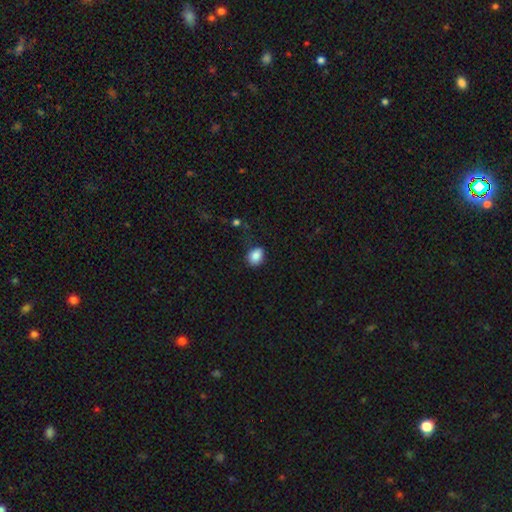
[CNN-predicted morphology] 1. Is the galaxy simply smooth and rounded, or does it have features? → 86% smooth, 9% star or artifact, 5% featured or disk.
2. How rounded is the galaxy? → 57% in between, 42% round, 1% cigar-shaped.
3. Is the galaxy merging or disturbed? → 73% none, 20% minor disturbance, 5% major disturbance, 2% merger.